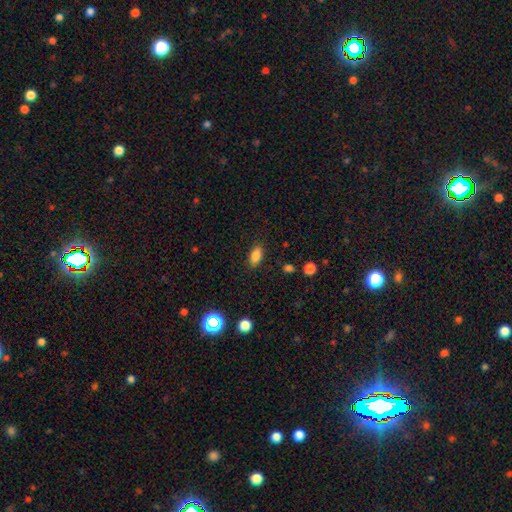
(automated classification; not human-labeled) smooth 84%, star or artifact 10%, featured or disk 6%. Down the decision tree: how rounded — in between (87%); merging — none (86%).